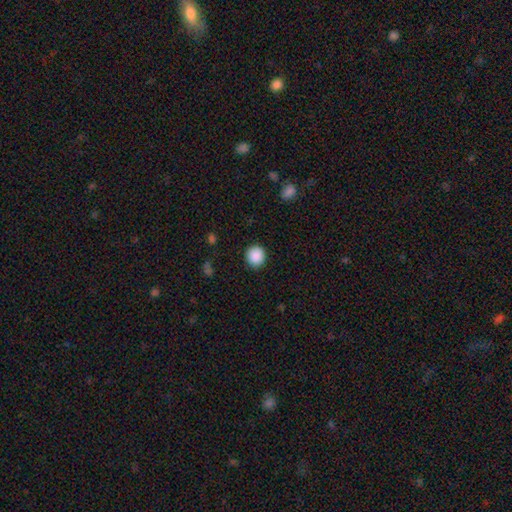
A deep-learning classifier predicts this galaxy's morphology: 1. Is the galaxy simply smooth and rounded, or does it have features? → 89% smooth, 8% star or artifact, 2% featured or disk.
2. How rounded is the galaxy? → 90% round, 9% in between, 1% cigar-shaped.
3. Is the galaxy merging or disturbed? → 90% none, 7% minor disturbance, 2% major disturbance, 1% merger.